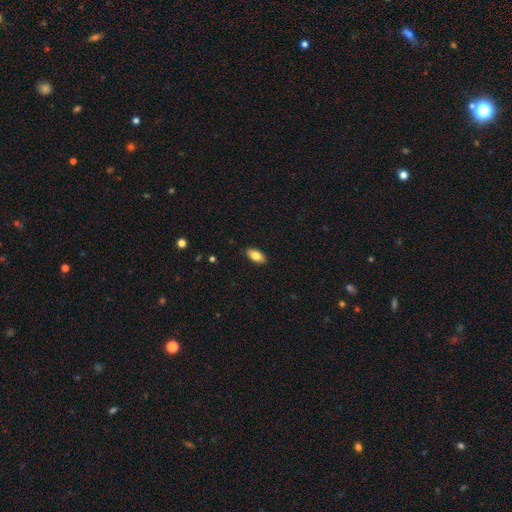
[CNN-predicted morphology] smooth-or-featured: smooth: 81% | featured or disk: 12% | star or artifact: 7%
  how-rounded: in between: 89% | cigar-shaped: 8% | round: 3%
  merging: none: 88% | minor disturbance: 9% | major disturbance: 2% | merger: 1%